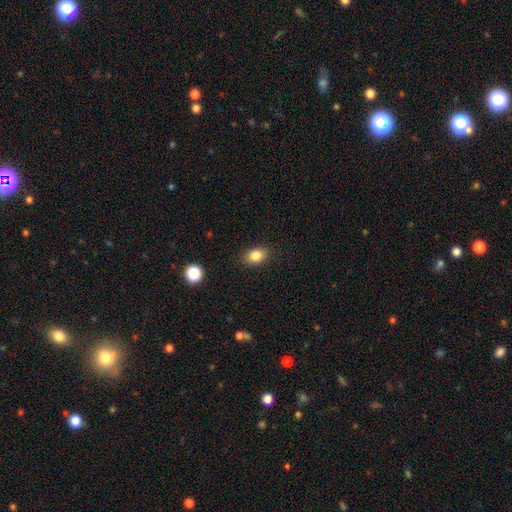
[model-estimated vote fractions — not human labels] Smooth or featured: smooth — 85% (star or artifact — 9%)
How rounded: in between — 80% (round — 19%)
Merging: none — 87% (minor disturbance — 9%)